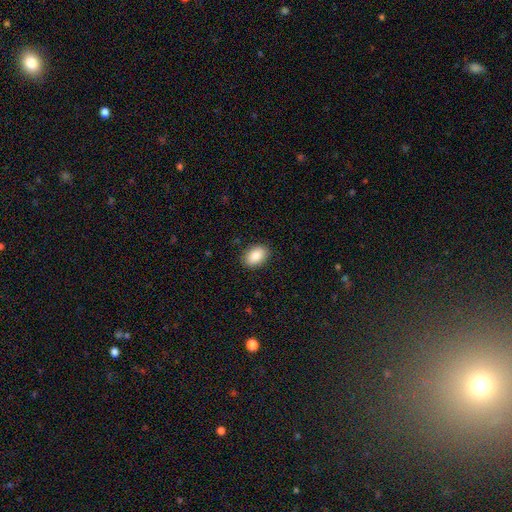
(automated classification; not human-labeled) This is clearly a smooth galaxy (88%). How rounded: clearly in between (87%). Merging: clearly none (88%).